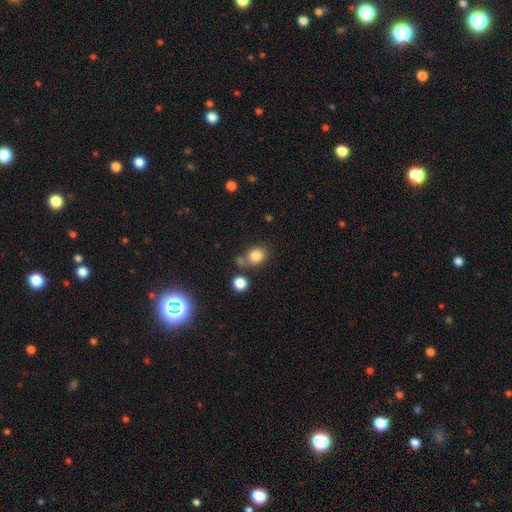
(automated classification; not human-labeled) smooth-or-featured: smooth: 83% | star or artifact: 11% | featured or disk: 6%
  how-rounded: round: 62% | in between: 37% | cigar-shaped: 1%
  merging: none: 61% | merger: 20% | minor disturbance: 14% | major disturbance: 5%